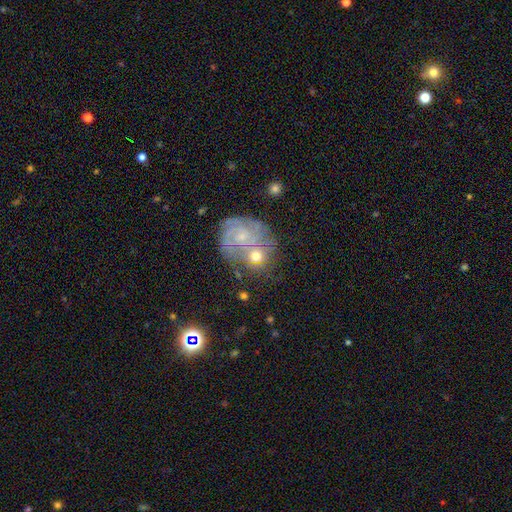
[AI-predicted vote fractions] This is likely a featured or disk galaxy (60%). It is clearly not viewed edge-on (97%). Bar: likely no (72%). Spiral arm pattern: clearly yes (82%). Central bulge: possibly small (60%). Merging: possibly none (49%).